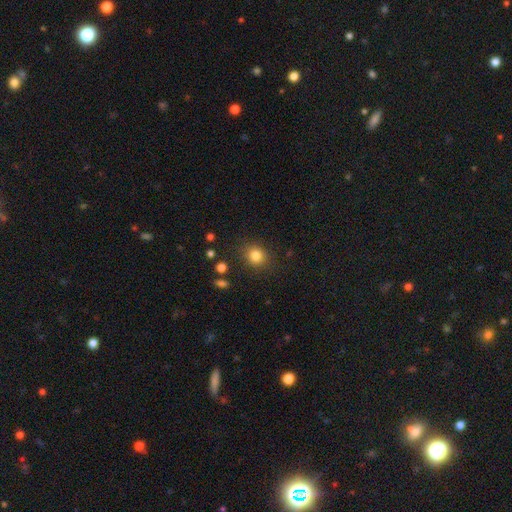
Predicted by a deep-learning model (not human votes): Overall: smooth (82%). How rounded: round (80%). Merging: none (85%).